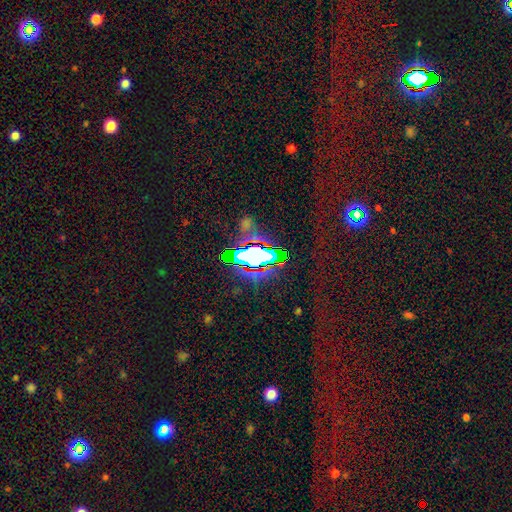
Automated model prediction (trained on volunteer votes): smooth_or_featured: star or artifact (p=0.57) [alt: smooth p=0.25]